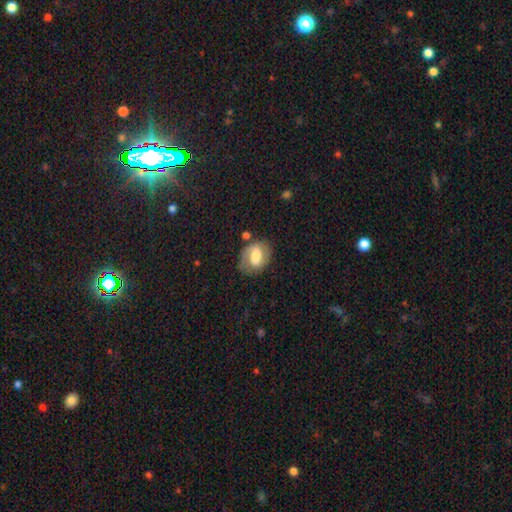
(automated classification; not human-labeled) A featured or disk galaxy (54%) with a weak bar (45%), spiral arms (78%) and a moderate central bulge (51%).

Vote fractions:
- Smooth or featured? featured or disk: 54% / smooth: 38% / star or artifact: 7%
- Edge-on disk? no: 96% / yes: 4%
- Bar? weak: 45% / strong: 34% / no: 22%
- Spiral arms? yes: 78% / no: 22%
- Bulge size? moderate: 51% / large: 24% / small: 19% / none: 4% / dominant: 3%
- Merging? none: 68% / minor disturbance: 20% / major disturbance: 8% / merger: 3%